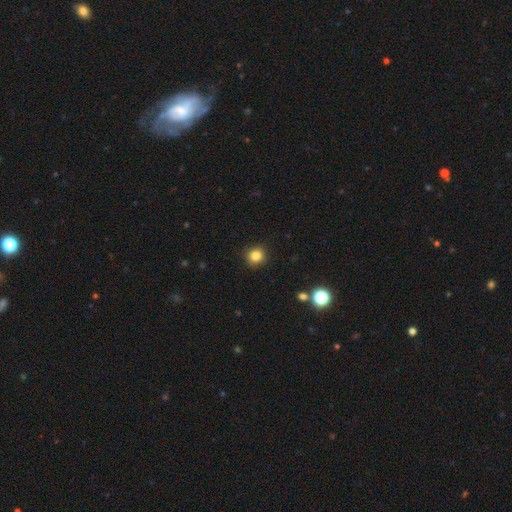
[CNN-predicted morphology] smooth-or-featured: smooth: 83% | star or artifact: 12% | featured or disk: 5%
  how-rounded: round: 90% | in between: 9% | cigar-shaped: 1%
  merging: none: 91% | minor disturbance: 6% | major disturbance: 2% | merger: 1%